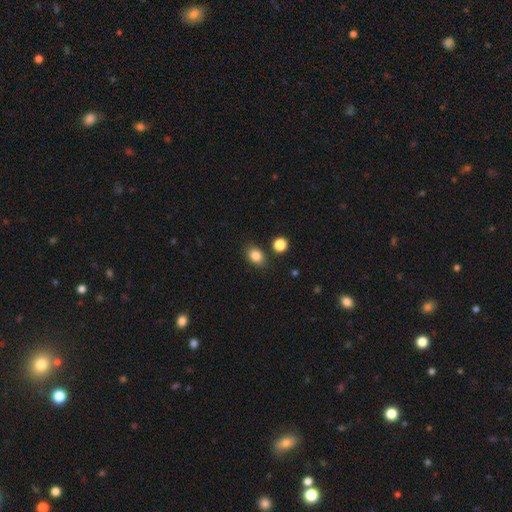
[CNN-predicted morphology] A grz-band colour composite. It shows a smooth galaxy with no disk features (85%) that is in between round and cigar-shaped (65%). Merging: none (82%).